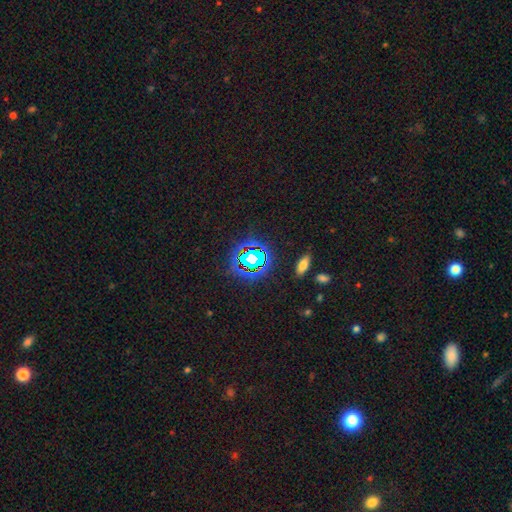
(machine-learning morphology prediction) Smooth or featured? Predicted: star or artifact (p=0.67).